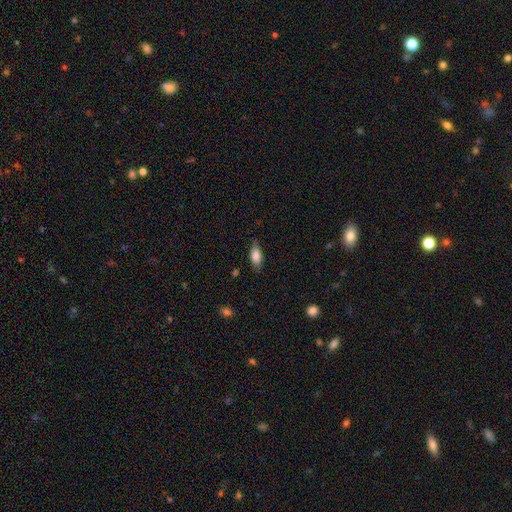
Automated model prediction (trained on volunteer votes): Q: Smooth or featured?
A: smooth (82%); runner-up: featured or disk (11%)
Q: How rounded?
A: in between (84%); runner-up: cigar-shaped (13%)
Q: Merging?
A: none (78%); runner-up: minor disturbance (18%)